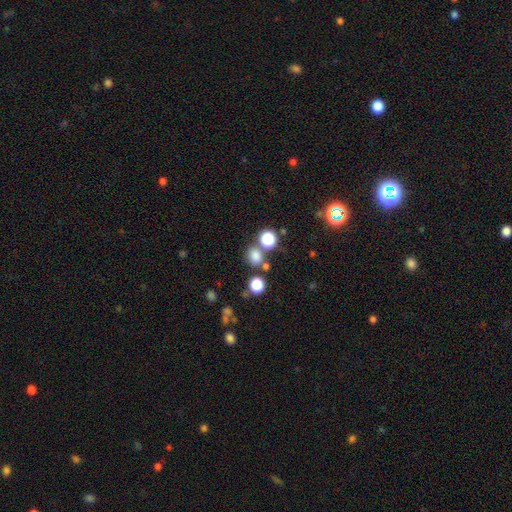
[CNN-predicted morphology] Q: Smooth or featured?
A: smooth (75%); runner-up: star or artifact (19%)
Q: How rounded?
A: round (72%); runner-up: in between (27%)
Q: Merging?
A: none (67%); runner-up: merger (18%)